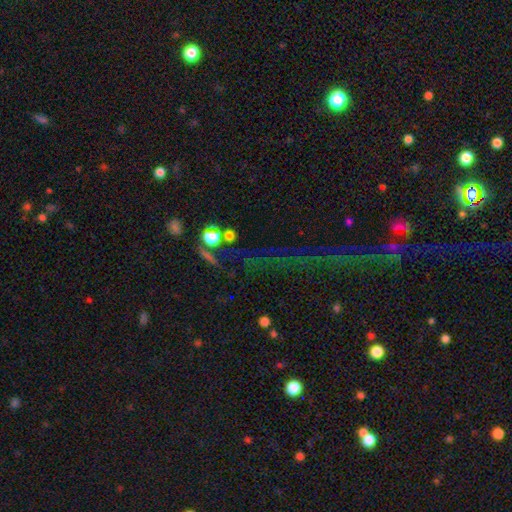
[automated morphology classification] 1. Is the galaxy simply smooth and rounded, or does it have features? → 63% star or artifact, 22% smooth, 15% featured or disk.